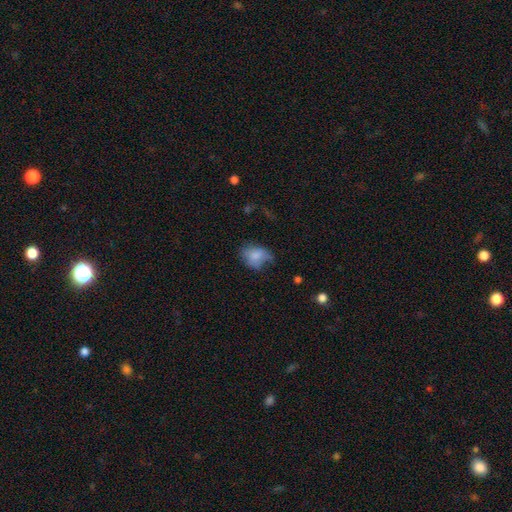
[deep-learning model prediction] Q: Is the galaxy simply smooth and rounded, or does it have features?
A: smooth — 76%.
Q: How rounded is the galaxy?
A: in between — 64%.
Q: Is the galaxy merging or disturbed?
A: none — 40%.